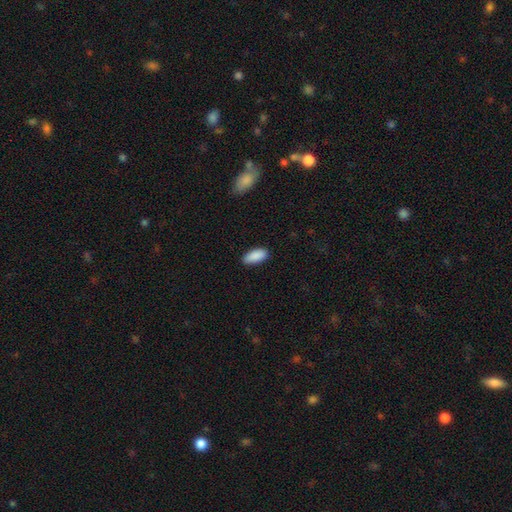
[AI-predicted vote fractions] Morphology: type=smooth (90%); roundness=in between (87%); merging=none (86%).